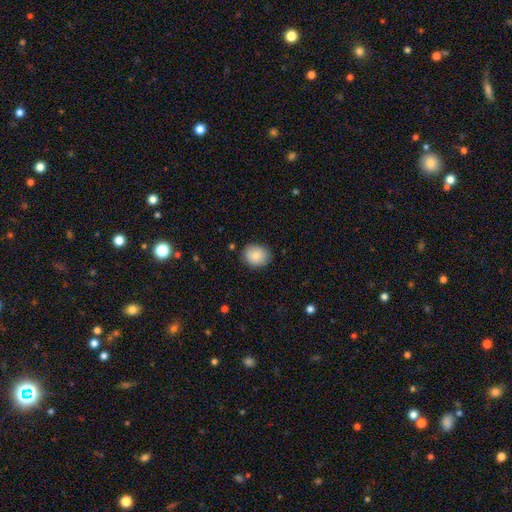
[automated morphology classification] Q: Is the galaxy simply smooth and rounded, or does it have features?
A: smooth — 81%.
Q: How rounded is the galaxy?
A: round — 59%.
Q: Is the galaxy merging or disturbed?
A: none — 84%.